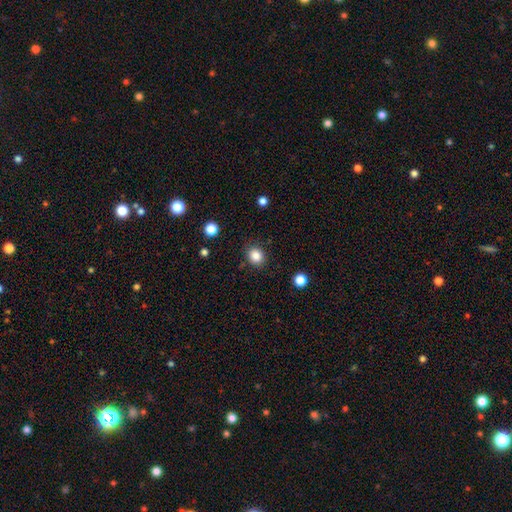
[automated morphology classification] smooth-or-featured: smooth: 86% | star or artifact: 10% | featured or disk: 4%
  how-rounded: round: 67% | in between: 32% | cigar-shaped: 1%
  merging: none: 86% | minor disturbance: 9% | major disturbance: 3% | merger: 2%